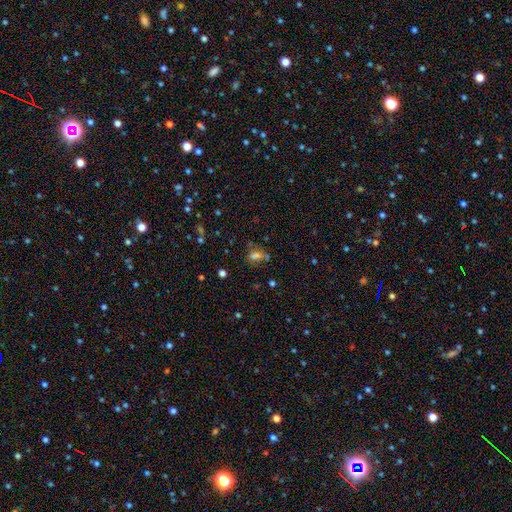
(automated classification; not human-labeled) Morphology: type=smooth (63%); roundness=in between (77%); merging=none (49%).